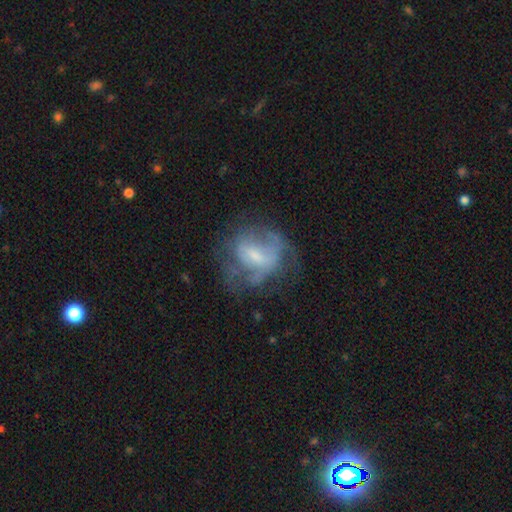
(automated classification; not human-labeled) smooth_or_featured: featured or disk (p=0.62) [alt: smooth p=0.28]
disk_edge_on: no (p=0.96) [alt: yes p=0.04]
bar: weak (p=0.46) [alt: no p=0.36]
has_spiral_arms: yes (p=0.56) [alt: no p=0.44]
bulge_size: small (p=0.44) [alt: moderate p=0.33]
merging: none (p=0.47) [alt: major disturbance p=0.28]